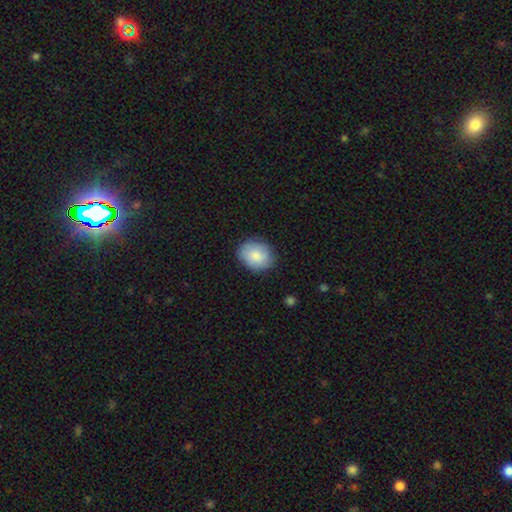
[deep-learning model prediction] This appears to be a smooth galaxy with no disk features (82%) that is round (51%). Merging: none (81%).